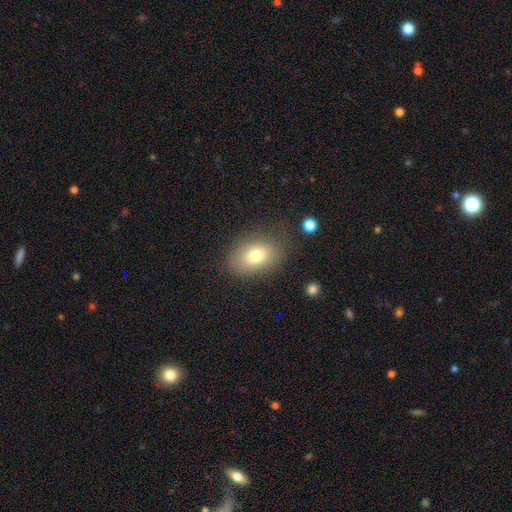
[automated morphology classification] The model was most divided on "how rounded": in between: 78%, round: 21%, cigar-shaped: 1%. More confident: merging — none (77%); smooth or featured — smooth (74%).